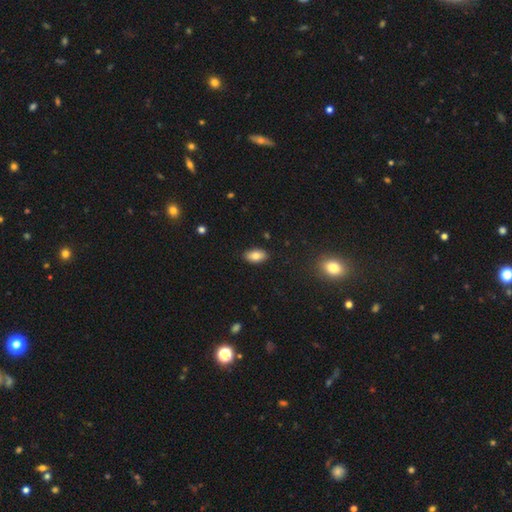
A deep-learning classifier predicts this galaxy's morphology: type=smooth (80%); roundness=in between (92%); merging=none (88%).